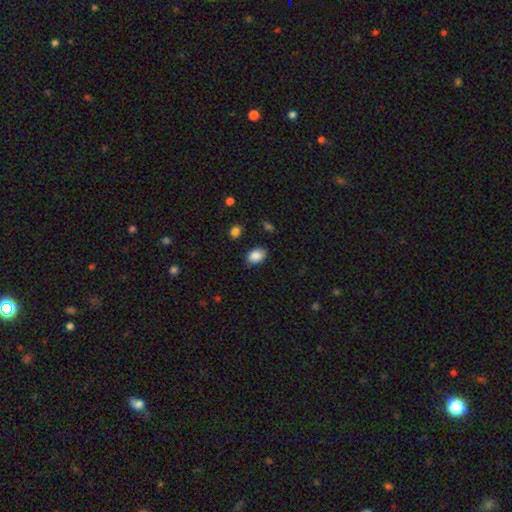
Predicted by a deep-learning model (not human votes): This is clearly a smooth galaxy (87%). How rounded: clearly in between (84%). Merging: clearly none (83%).